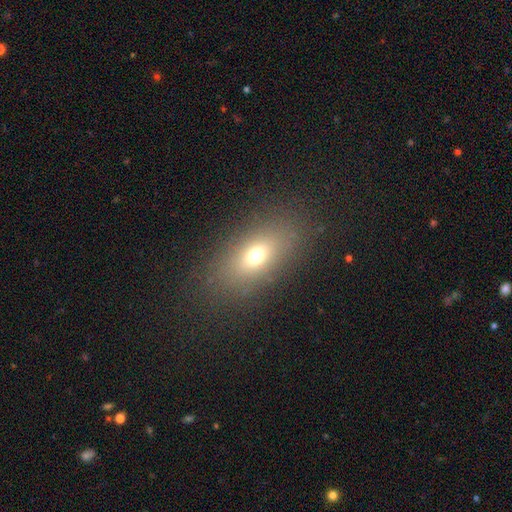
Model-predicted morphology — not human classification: Smooth or featured: smooth — 67% (featured or disk — 18%)
How rounded: in between — 79% (round — 14%)
Merging: none — 82% (minor disturbance — 10%)